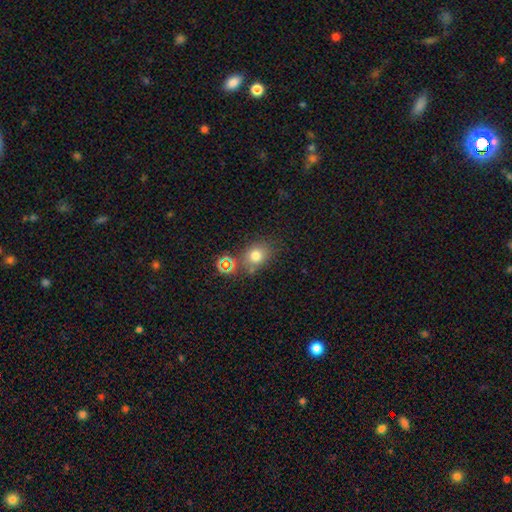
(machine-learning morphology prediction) This appears to be a smooth galaxy with no disk features (74%) that is round (58%). Merging: none (66%).